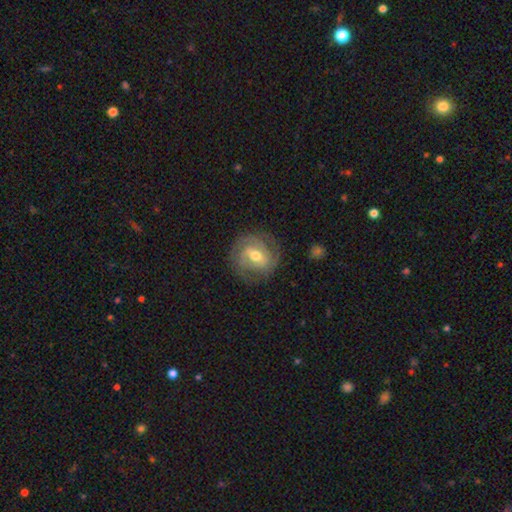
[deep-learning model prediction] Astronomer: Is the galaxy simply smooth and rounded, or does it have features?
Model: featured or disk — 78%.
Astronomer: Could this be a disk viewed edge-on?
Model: no — 97%.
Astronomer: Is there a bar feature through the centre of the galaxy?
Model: weak — 47% (runner-up: no, 27%).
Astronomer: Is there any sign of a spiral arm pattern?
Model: yes — 90%.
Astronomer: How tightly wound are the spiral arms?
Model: tight — 57% (runner-up: medium, 33%).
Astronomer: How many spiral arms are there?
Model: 2 — 49%.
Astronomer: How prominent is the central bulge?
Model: moderate — 72%.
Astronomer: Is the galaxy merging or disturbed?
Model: none — 78%.